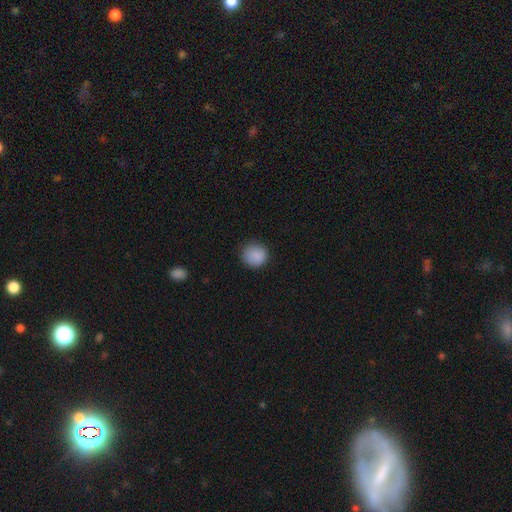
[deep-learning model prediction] Overall: smooth (88%). How rounded: round (88%). Merging: none (85%).